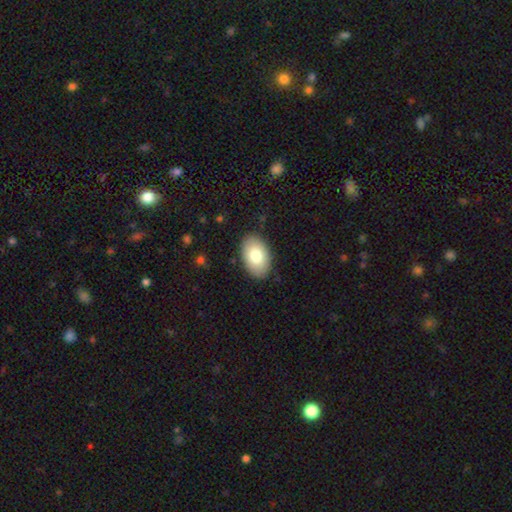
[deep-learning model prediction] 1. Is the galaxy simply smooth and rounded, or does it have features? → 80% smooth, 15% featured or disk, 6% star or artifact.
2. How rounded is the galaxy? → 92% in between, 6% round, 1% cigar-shaped.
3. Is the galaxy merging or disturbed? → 88% none, 9% minor disturbance, 2% major disturbance, 1% merger.